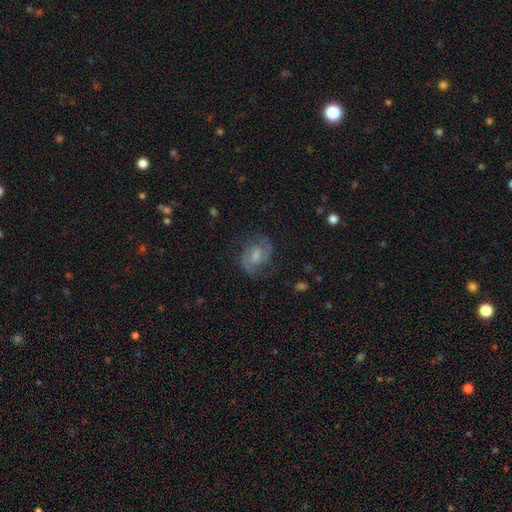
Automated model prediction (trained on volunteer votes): Morphology: type=featured or disk (74%); edge-on=no (97%); bar=weak (56%); spiral arms=yes (93%); winding=medium (53%); arm count=2 (87%); bulge=moderate (38%); merging=none (72%).